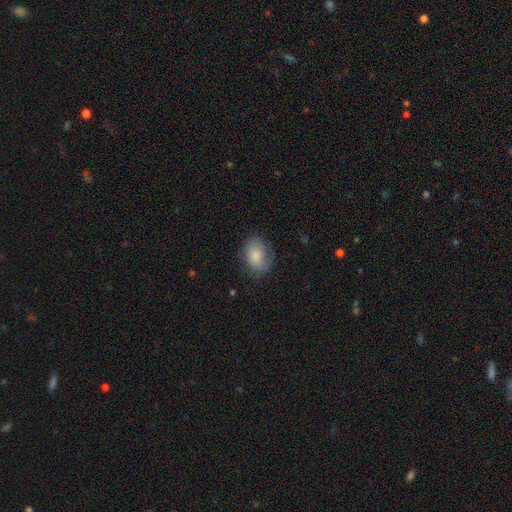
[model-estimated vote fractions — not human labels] smooth_or_featured: smooth (p=0.77) [alt: featured or disk p=0.16]
how_rounded: in between (p=0.75) [alt: round p=0.24]
merging: none (p=0.66) [alt: minor disturbance p=0.23]